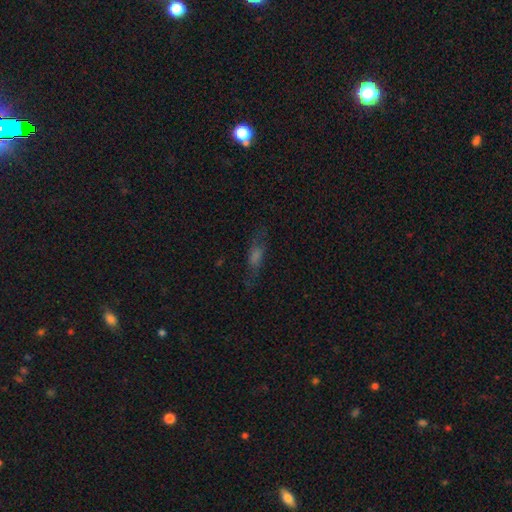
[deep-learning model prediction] The model was most divided on "smooth or featured": featured or disk: 42%, smooth: 39%, star or artifact: 19%. More confident: merging — none (73%).